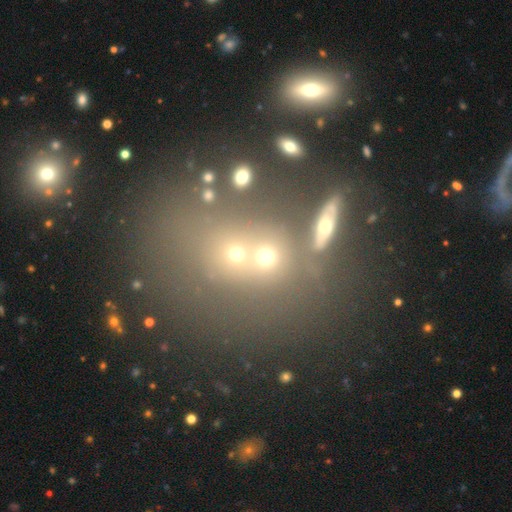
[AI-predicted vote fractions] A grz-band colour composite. It shows a smooth galaxy with no disk features (45%). Merging: none (43%).